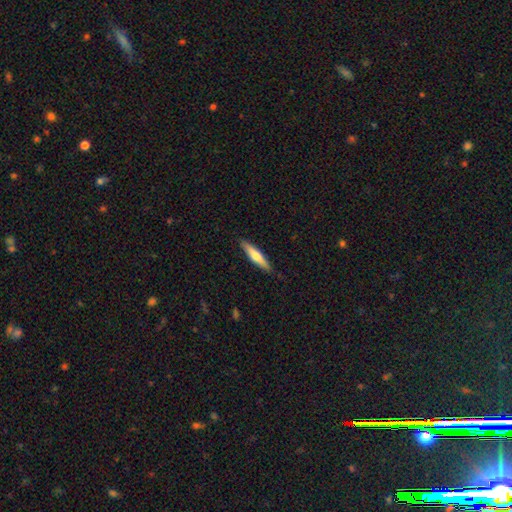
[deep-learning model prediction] The model was most divided on "smooth or featured": smooth: 58%, featured or disk: 37%, star or artifact: 5%. More confident: merging — none (88%); how rounded — cigar-shaped (83%).